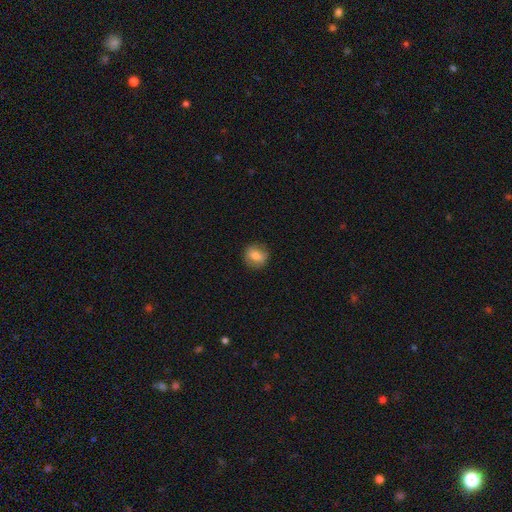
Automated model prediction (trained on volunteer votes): A smooth galaxy with no disk features (77%) that is round (76%). Merging: none (85%).